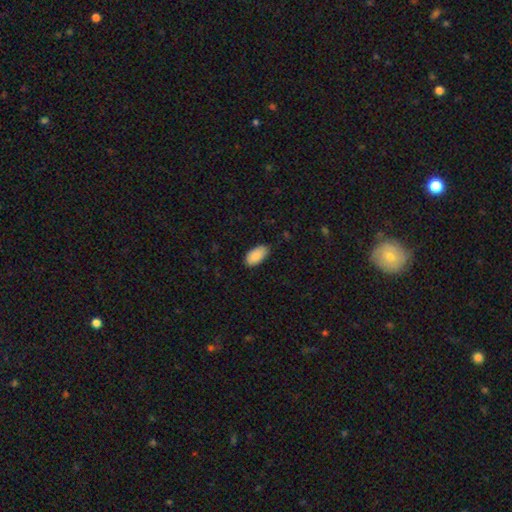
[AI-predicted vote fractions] smooth-or-featured: smooth: 89% | star or artifact: 6% | featured or disk: 5%
  how-rounded: in between: 95% | round: 2% | cigar-shaped: 2%
  merging: none: 80% | minor disturbance: 17% | major disturbance: 2% | merger: 1%